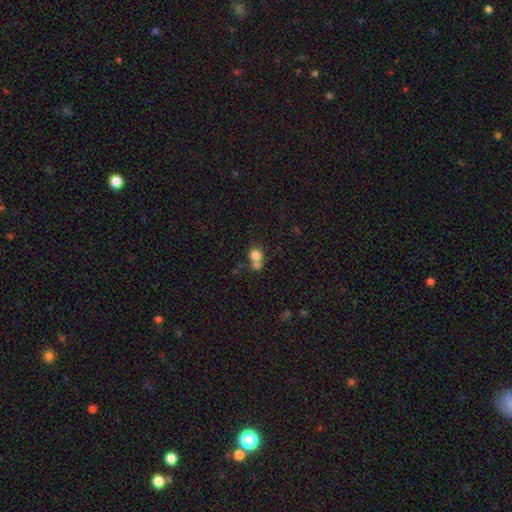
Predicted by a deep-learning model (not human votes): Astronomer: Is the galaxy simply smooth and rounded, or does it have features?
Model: smooth — 77%.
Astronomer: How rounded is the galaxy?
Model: round — 80%.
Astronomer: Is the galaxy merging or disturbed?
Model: merger — 54% (runner-up: none, 36%).